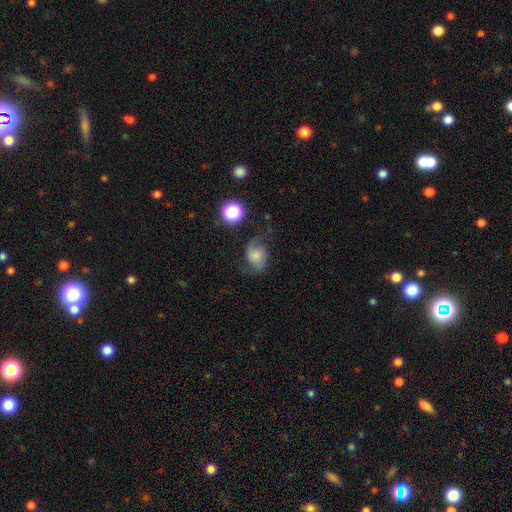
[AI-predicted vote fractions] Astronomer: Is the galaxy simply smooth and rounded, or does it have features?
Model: featured or disk — 44% (runner-up: smooth, 43%).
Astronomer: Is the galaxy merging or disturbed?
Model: none — 50% (runner-up: minor disturbance, 27%).